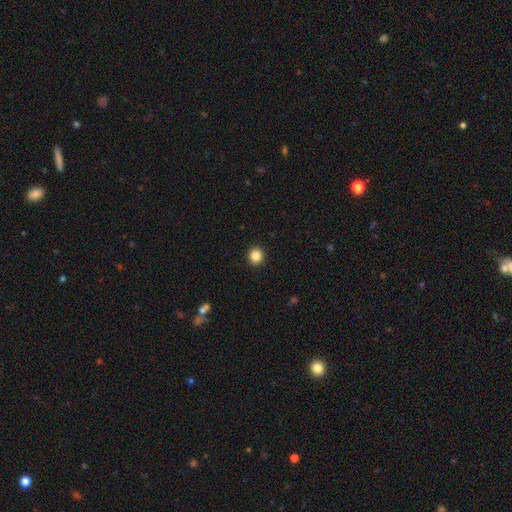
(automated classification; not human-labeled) Smooth or featured: smooth — 86% (star or artifact — 10%)
How rounded: round — 90% (in between — 9%)
Merging: none — 93% (minor disturbance — 5%)